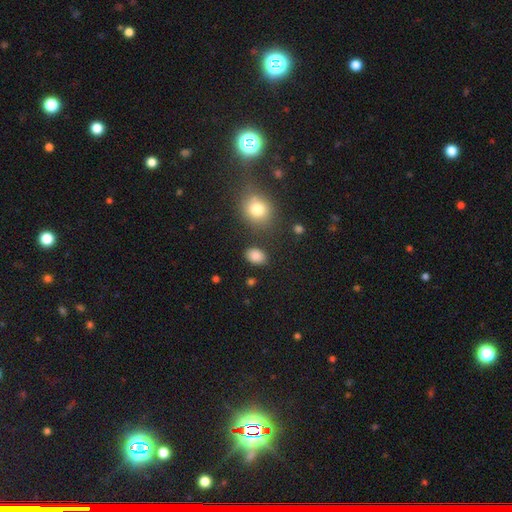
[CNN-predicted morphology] Smooth or featured?
  - smooth: 86% *
  - star or artifact: 10%
  - featured or disk: 5%
How rounded?
  - in between: 76% *
  - round: 23%
  - cigar-shaped: 1%
Merging?
  - none: 82% *
  - minor disturbance: 11%
  - merger: 4%
  - major disturbance: 3%